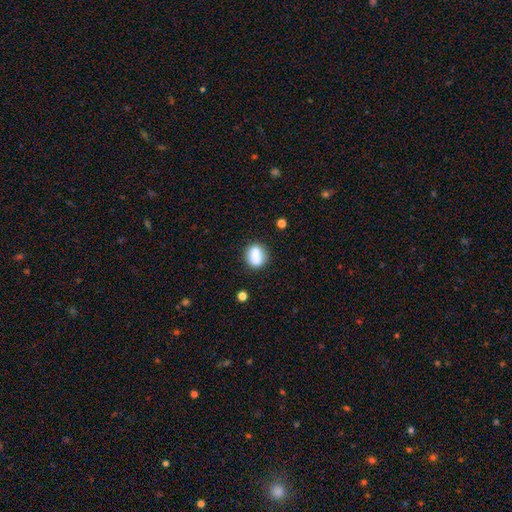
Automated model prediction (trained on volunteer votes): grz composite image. It shows a smooth galaxy with no disk features (84%) that is round (50%). Merging: none (75%).